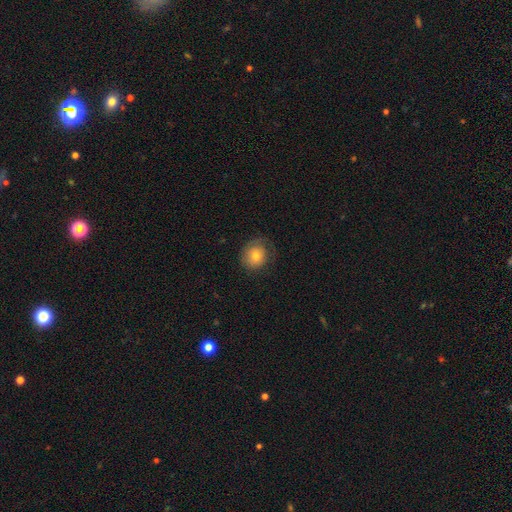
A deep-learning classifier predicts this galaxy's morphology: Smooth or featured: smooth — 72% (featured or disk — 19%)
How rounded: round — 74% (in between — 25%)
Merging: none — 66% (minor disturbance — 22%)